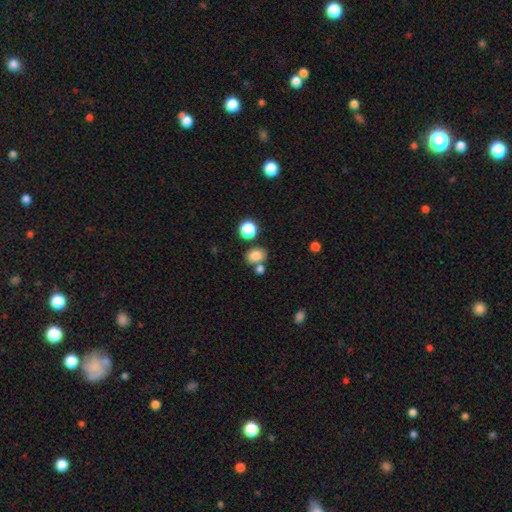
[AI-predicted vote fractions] Smooth or featured?
  - smooth: 80% *
  - star or artifact: 12%
  - featured or disk: 7%
How rounded?
  - round: 55% *
  - in between: 44%
  - cigar-shaped: 1%
Merging?
  - none: 63% *
  - merger: 22%
  - minor disturbance: 11%
  - major disturbance: 4%